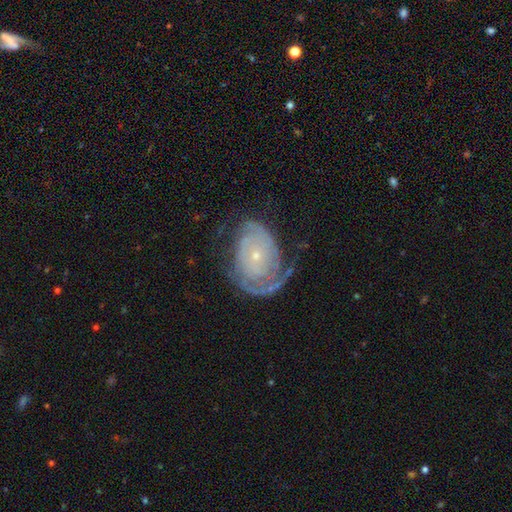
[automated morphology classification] Smooth or featured? Predicted: featured or disk (p=0.83). Edge-on disk? Predicted: no (p=0.97). Bar? Predicted: no (p=0.79). Spiral arms? Predicted: yes (p=0.91). Spiral winding? Predicted: tight (p=0.65). Spiral arm count? Predicted: 2 (p=0.43). Bulge size? Predicted: small (p=0.79). Merging? Predicted: none (p=0.59).